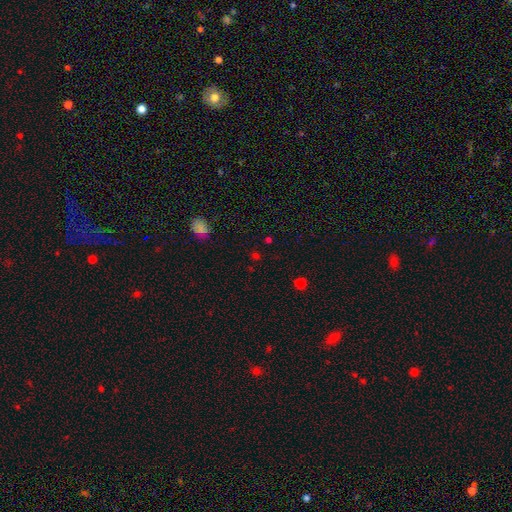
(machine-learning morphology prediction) smooth-or-featured: star or artifact: 50% | smooth: 43% | featured or disk: 7%